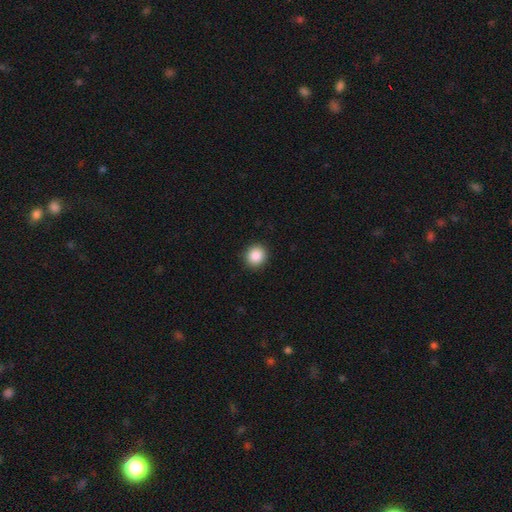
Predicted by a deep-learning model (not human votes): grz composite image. It shows a smooth galaxy with no disk features (88%) that is round (88%). Merging: none (92%).